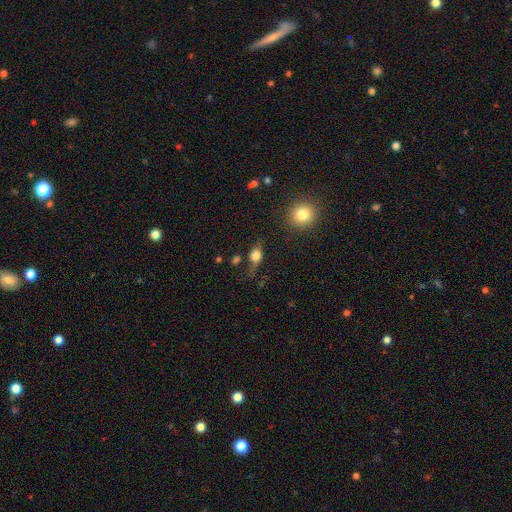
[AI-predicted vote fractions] This appears to be a smooth galaxy with no disk features (68%) that is in between round and cigar-shaped (52%). Merging: none (54%).